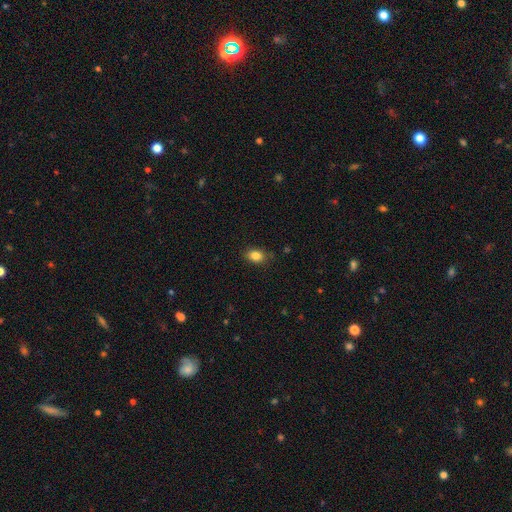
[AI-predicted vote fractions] smooth_or_featured: smooth (p=0.84) [alt: star or artifact p=0.10]
how_rounded: in between (p=0.70) [alt: round p=0.29]
merging: none (p=0.82) [alt: minor disturbance p=0.14]